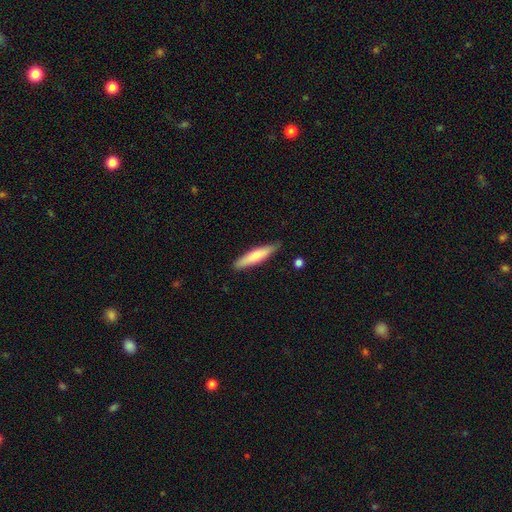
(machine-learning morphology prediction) A smooth galaxy with no disk features (71%) that is cigar-shaped (81%). Merging: none (85%).